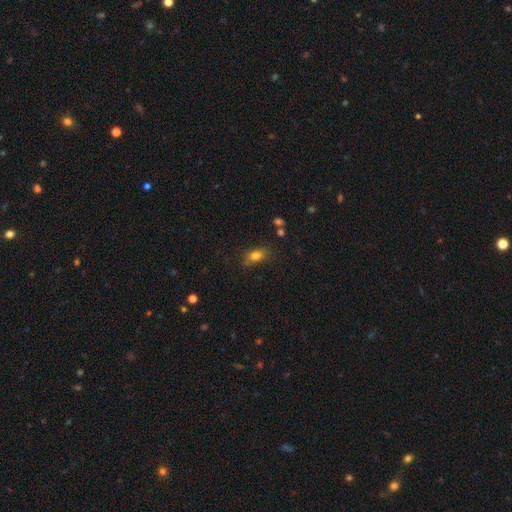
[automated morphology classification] Q: Smooth or featured?
A: smooth (80%); runner-up: star or artifact (11%)
Q: How rounded?
A: in between (77%); runner-up: round (18%)
Q: Merging?
A: none (72%); runner-up: minor disturbance (19%)